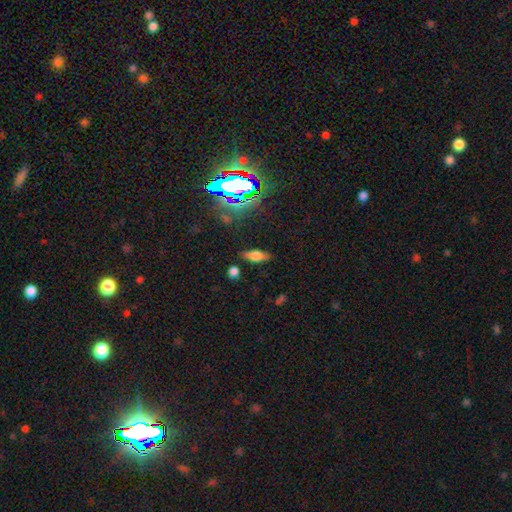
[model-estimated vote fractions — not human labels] Smooth or featured?
  - smooth: 58% *
  - featured or disk: 26%
  - star or artifact: 16%
How rounded?
  - in between: 71% *
  - cigar-shaped: 24%
  - round: 6%
Merging?
  - none: 81% *
  - minor disturbance: 13%
  - major disturbance: 4%
  - merger: 2%